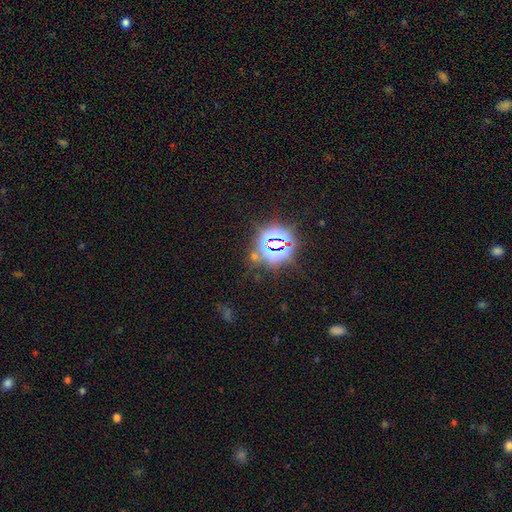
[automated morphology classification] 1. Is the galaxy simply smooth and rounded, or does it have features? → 79% star or artifact, 13% smooth, 8% featured or disk.